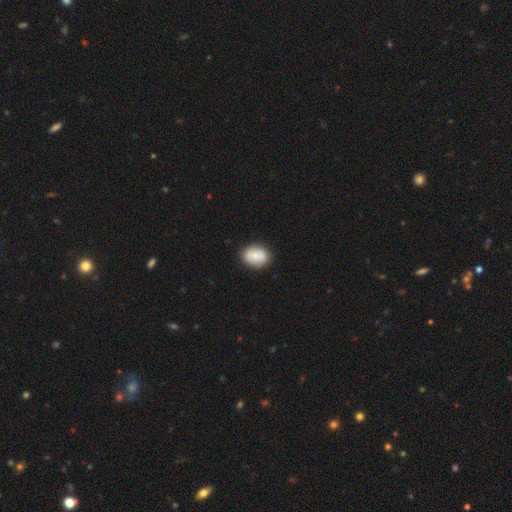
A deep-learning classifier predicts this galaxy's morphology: A smooth galaxy with no disk features (79%) that is in between round and cigar-shaped (66%). Merging: none (86%).